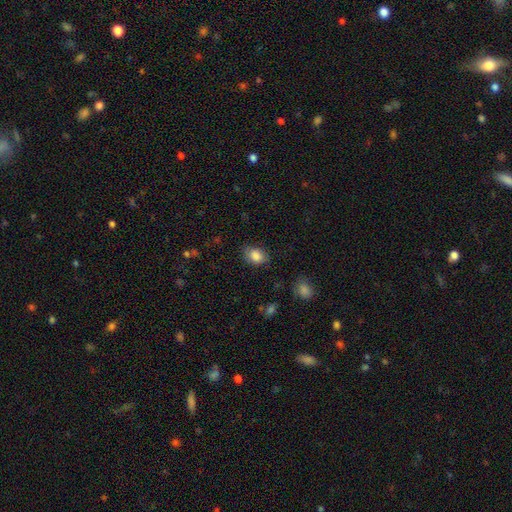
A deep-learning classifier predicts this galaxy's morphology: This is clearly a smooth galaxy (85%). How rounded: likely in between (72%). Merging: likely none (74%).